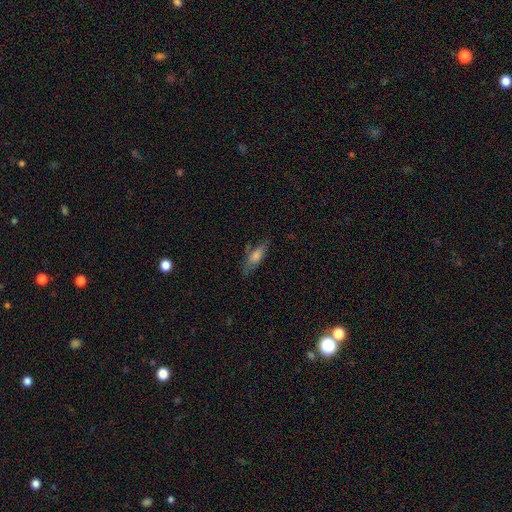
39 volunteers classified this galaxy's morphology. Smooth or featured: smooth — 54% (featured or disk — 44%)
How rounded: cigar-shaped — 76% (in between — 24%)
Merging: none — 74% (minor disturbance — 16%)